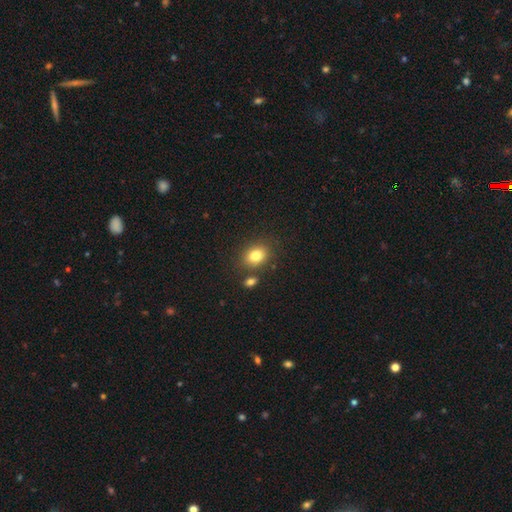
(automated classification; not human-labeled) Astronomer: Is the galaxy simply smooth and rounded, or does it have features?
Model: smooth — 81%.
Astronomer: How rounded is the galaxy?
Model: in between — 57% (runner-up: round, 42%).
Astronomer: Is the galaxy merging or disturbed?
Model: none — 77%.